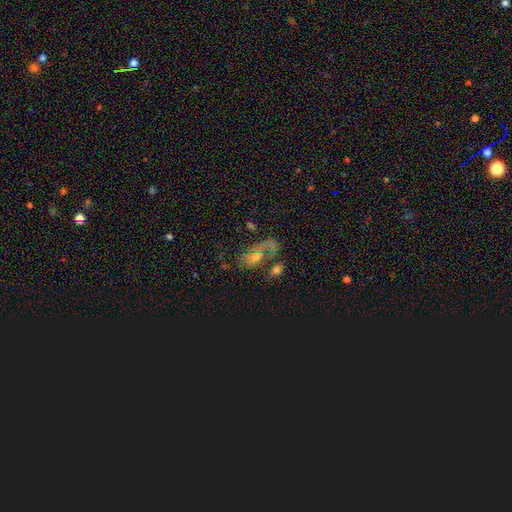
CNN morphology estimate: This appears to be a featured or disk galaxy (39%). Merging: none (36%).